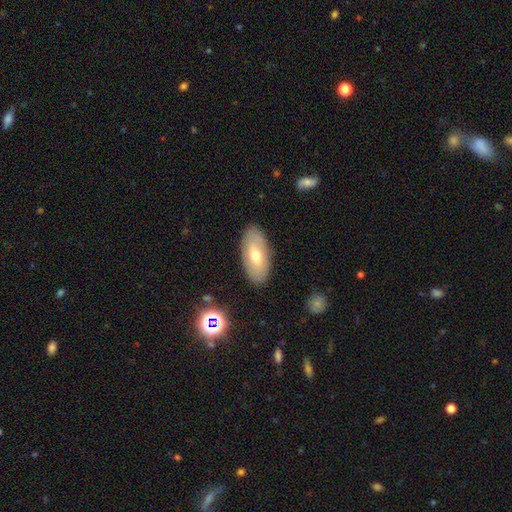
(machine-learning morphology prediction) A smooth galaxy with no disk features (53%) that is in between round and cigar-shaped (90%).

Vote fractions:
- Smooth or featured? smooth: 53% / featured or disk: 39% / star or artifact: 8%
- How rounded? in between: 90% / cigar-shaped: 7% / round: 3%
- Merging? none: 87% / minor disturbance: 10% / major disturbance: 3% / merger: 1%